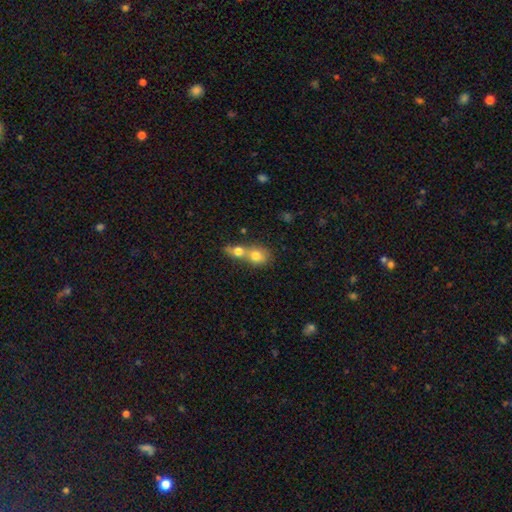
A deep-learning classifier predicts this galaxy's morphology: smooth-or-featured: smooth: 75% | featured or disk: 16% | star or artifact: 9%
  how-rounded: round: 62% | in between: 36% | cigar-shaped: 2%
  merging: merger: 72% | none: 20% | minor disturbance: 5% | major disturbance: 3%